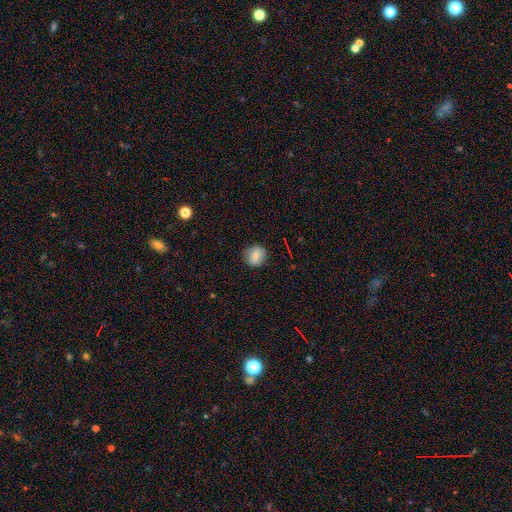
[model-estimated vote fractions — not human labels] This appears to be a smooth galaxy with no disk features (77%) that is round (86%). Merging: none (86%).